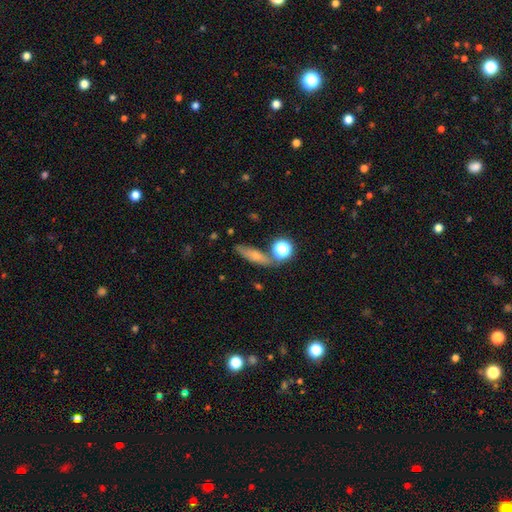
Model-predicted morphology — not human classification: smooth 61%, featured or disk 26%, star or artifact 13%. Down the decision tree: how rounded — cigar-shaped (51%); merging — none (70%).